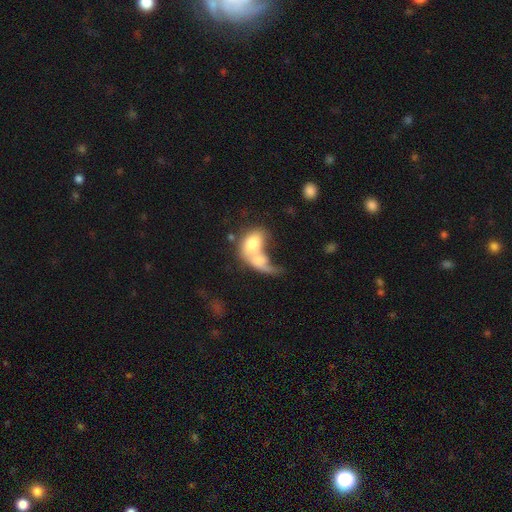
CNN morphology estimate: The model was most divided on "smooth or featured": smooth: 61%, featured or disk: 30%, star or artifact: 8%. More confident: how rounded — in between (78%); merging — merger (70%).